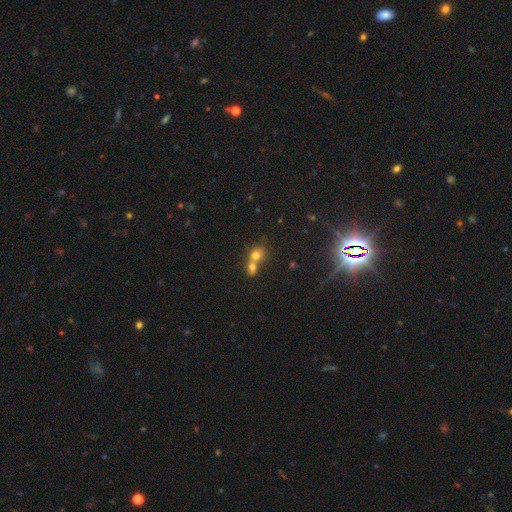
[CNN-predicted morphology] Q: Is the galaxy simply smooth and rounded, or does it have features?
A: smooth — 70%.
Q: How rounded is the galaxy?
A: round — 65%.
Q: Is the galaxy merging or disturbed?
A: merger — 66%.